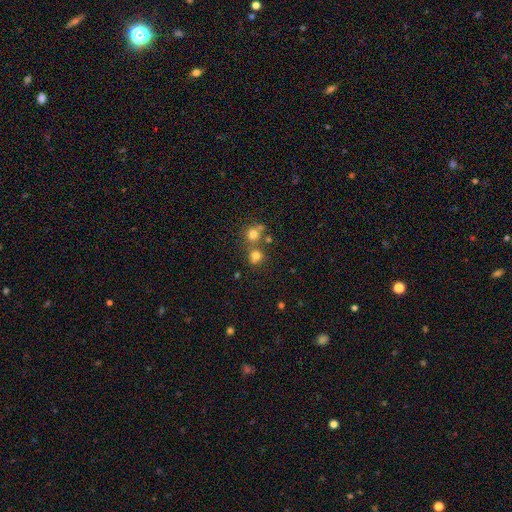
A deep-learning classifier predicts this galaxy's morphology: smooth-or-featured: smooth: 71% | star or artifact: 20% | featured or disk: 10%
  how-rounded: round: 85% | in between: 14% | cigar-shaped: 1%
  merging: none: 54% | merger: 35% | minor disturbance: 7% | major disturbance: 3%